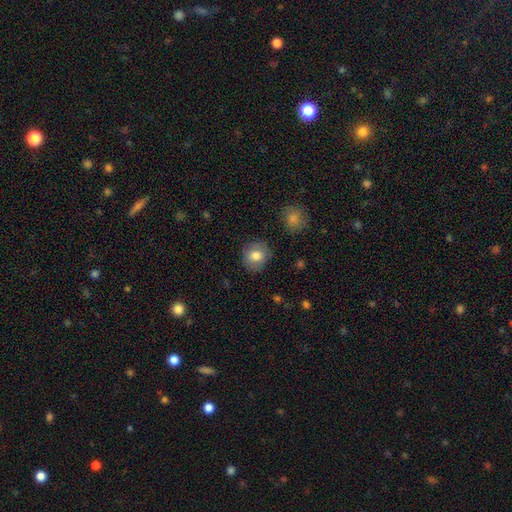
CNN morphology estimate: type=smooth (80%); roundness=round (86%); merging=none (84%).